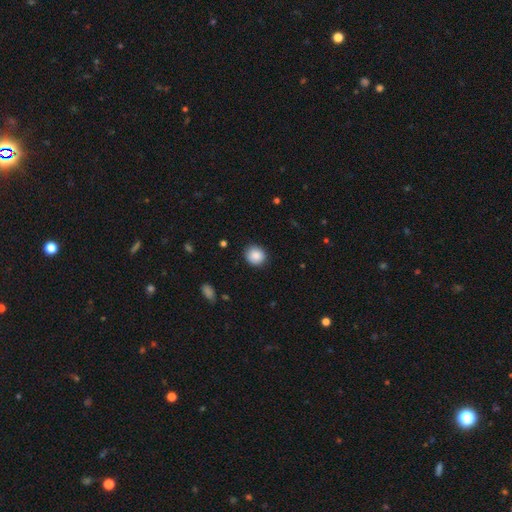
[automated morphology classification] Smooth or featured? Predicted: smooth (p=0.88). How rounded? Predicted: round (p=0.86). Merging? Predicted: none (p=0.88).